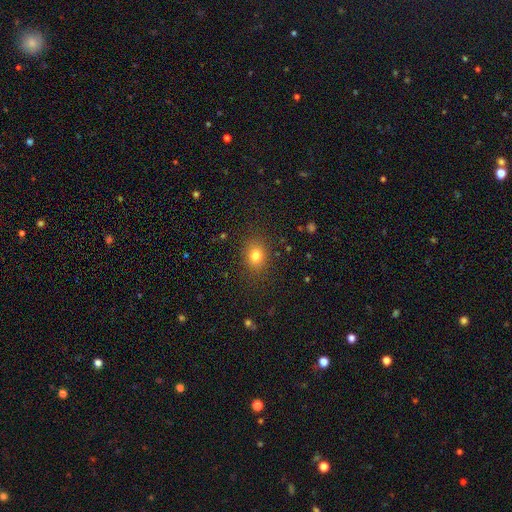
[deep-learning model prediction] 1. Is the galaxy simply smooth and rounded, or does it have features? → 80% smooth, 13% star or artifact, 7% featured or disk.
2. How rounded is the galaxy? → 54% round, 45% in between, 1% cigar-shaped.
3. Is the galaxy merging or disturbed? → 85% none, 10% minor disturbance, 4% major disturbance, 1% merger.